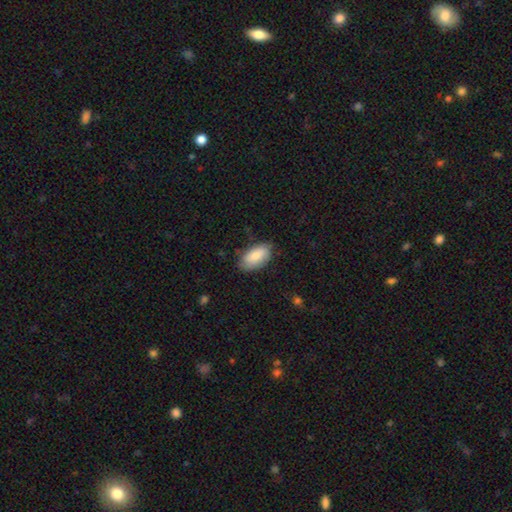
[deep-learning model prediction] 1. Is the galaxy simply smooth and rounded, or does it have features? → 81% smooth, 13% featured or disk, 6% star or artifact.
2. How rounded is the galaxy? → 94% in between, 3% cigar-shaped, 3% round.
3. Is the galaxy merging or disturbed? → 74% none, 21% minor disturbance, 4% major disturbance, 1% merger.